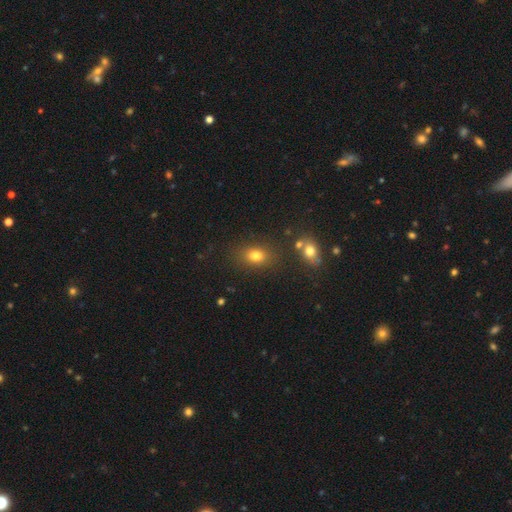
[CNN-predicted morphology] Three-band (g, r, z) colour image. It shows a smooth galaxy with no disk features (77%) that is in between round and cigar-shaped (65%). Merging: none (78%).